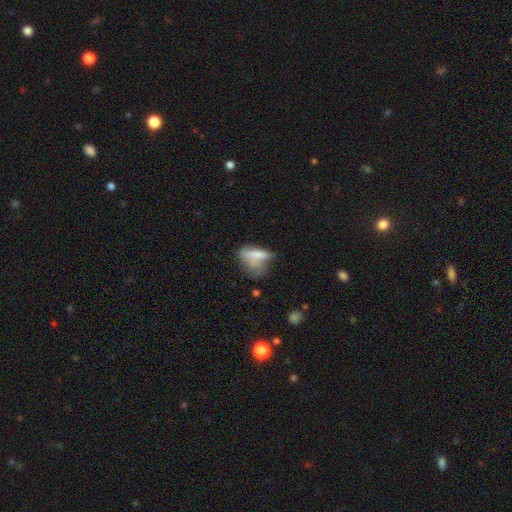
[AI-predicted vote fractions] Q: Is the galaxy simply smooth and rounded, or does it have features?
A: smooth — 65%.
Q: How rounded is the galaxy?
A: in between — 64%.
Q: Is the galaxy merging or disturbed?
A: major disturbance — 33%.